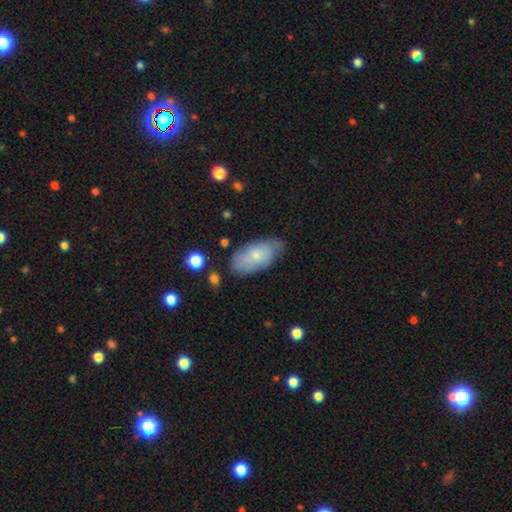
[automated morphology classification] Overall: smooth (68%). How rounded: in between (93%). Merging: none (65%; minor disturbance 27%).